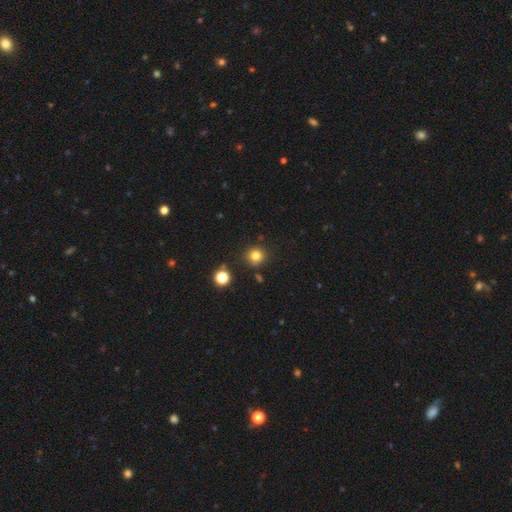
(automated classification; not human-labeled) The model was most divided on "smooth or featured": smooth: 80%, star or artifact: 14%, featured or disk: 6%. More confident: how rounded — round (92%); merging — none (85%).